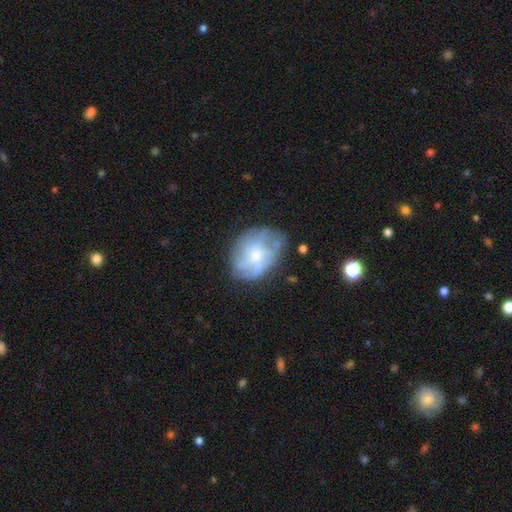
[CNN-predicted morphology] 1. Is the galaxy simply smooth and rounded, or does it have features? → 62% featured or disk, 30% smooth, 8% star or artifact.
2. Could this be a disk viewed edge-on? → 97% no, 3% yes.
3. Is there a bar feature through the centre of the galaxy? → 73% no, 24% weak, 3% strong.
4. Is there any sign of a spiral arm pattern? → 63% yes, 37% no.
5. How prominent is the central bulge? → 50% moderate, 39% small, 6% large, 5% none, 1% dominant.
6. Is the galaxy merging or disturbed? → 60% none, 23% minor disturbance, 14% major disturbance, 3% merger.